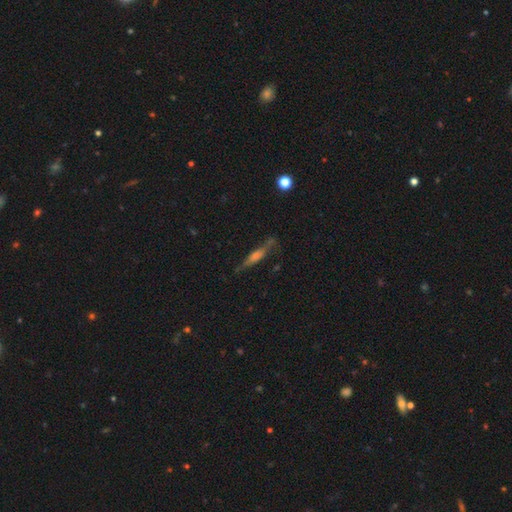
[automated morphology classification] This is likely a featured or disk galaxy (65%). It is clearly viewed edge-on (92%). Edge-on bulge: possibly rounded (55%). Merging: likely none (76%).